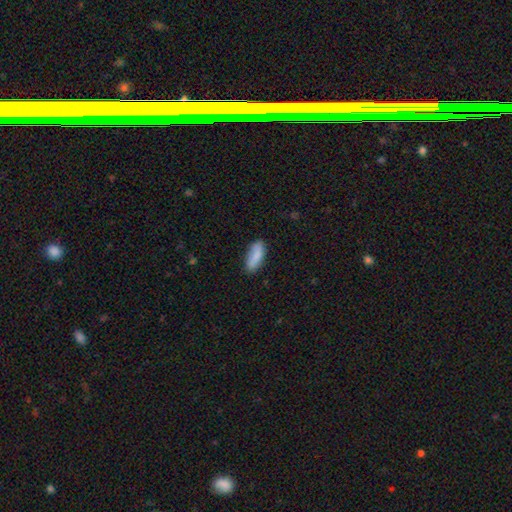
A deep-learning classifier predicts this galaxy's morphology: The model was most divided on "how rounded": in between: 76%, cigar-shaped: 22%, round: 2%. More confident: smooth or featured — smooth (84%); merging — none (74%).